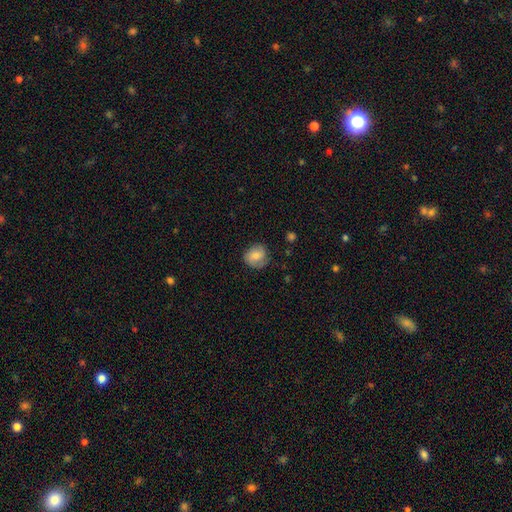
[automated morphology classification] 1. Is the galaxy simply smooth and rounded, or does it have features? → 60% smooth, 33% featured or disk, 7% star or artifact.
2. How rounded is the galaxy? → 76% round, 23% in between, 1% cigar-shaped.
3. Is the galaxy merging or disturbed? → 72% none, 21% minor disturbance, 6% major disturbance, 1% merger.